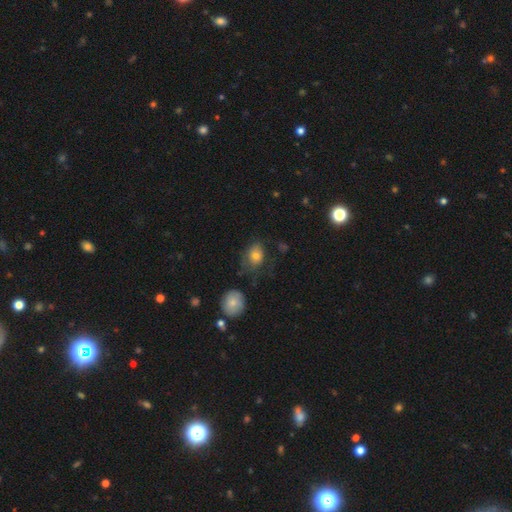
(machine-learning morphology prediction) smooth_or_featured: smooth (p=0.75) [alt: featured or disk p=0.15]
how_rounded: in between (p=0.63) [alt: round p=0.36]
merging: none (p=0.47) [alt: minor disturbance p=0.29]